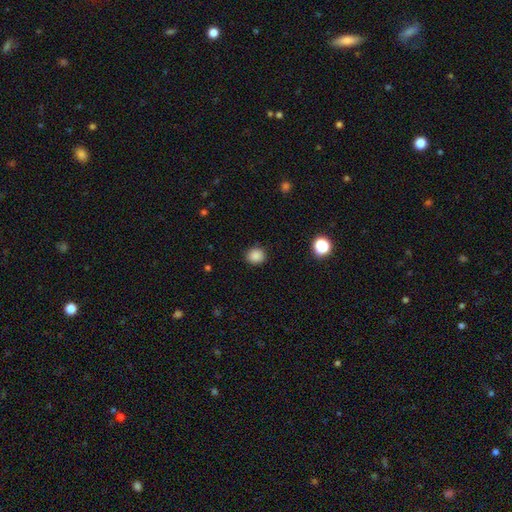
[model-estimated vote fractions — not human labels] Smooth or featured? Predicted: smooth (p=0.86). How rounded? Predicted: round (p=0.87). Merging? Predicted: none (p=0.90).